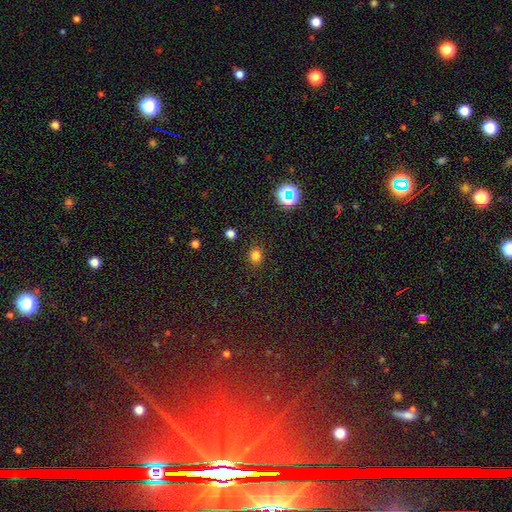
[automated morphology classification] Smooth or featured? smooth (78%)
How rounded? round (73%)
Merging? none (87%)